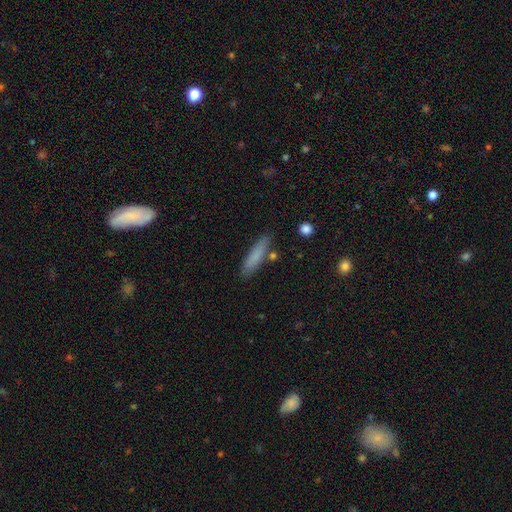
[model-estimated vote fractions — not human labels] Overall: smooth (80%). How rounded: cigar-shaped (82%). Merging: none (82%).